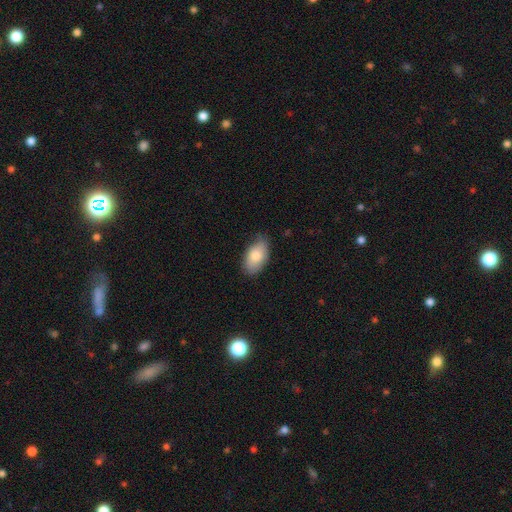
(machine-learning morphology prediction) Smooth or featured? Predicted: smooth (p=0.80). How rounded? Predicted: in between (p=0.94). Merging? Predicted: none (p=0.72).